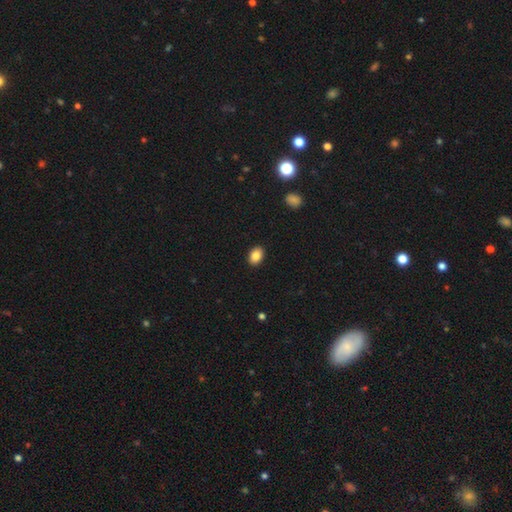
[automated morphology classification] Smooth or featured?
  - smooth: 87% *
  - star or artifact: 8%
  - featured or disk: 5%
How rounded?
  - in between: 81% *
  - round: 18%
  - cigar-shaped: 1%
Merging?
  - none: 90% *
  - minor disturbance: 7%
  - major disturbance: 2%
  - merger: 1%